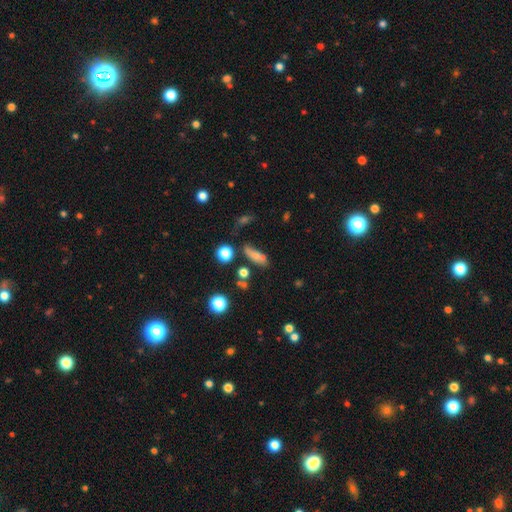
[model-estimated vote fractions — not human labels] Overall: smooth (70%). How rounded: in between (55%; cigar-shaped 36%). Merging: none (58%; minor disturbance 22%).